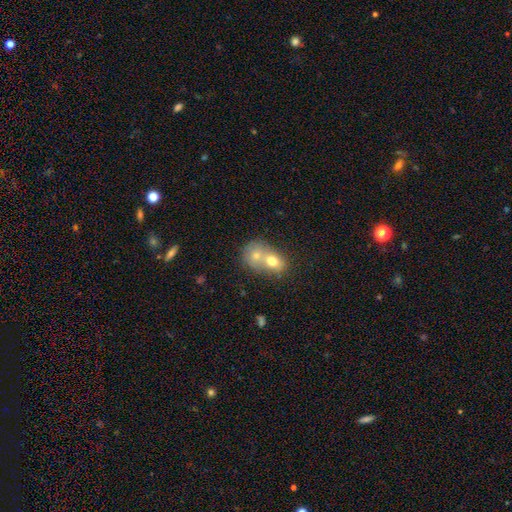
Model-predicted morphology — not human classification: Smooth or featured? smooth (70%)
How rounded? round (56%)
Merging? merger (73%)